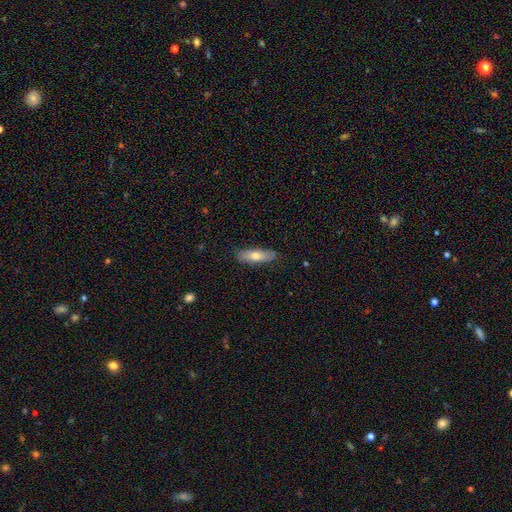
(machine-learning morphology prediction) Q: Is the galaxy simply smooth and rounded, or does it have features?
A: smooth — 65%.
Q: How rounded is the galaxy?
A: in between — 50%.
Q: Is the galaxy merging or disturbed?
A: none — 85%.